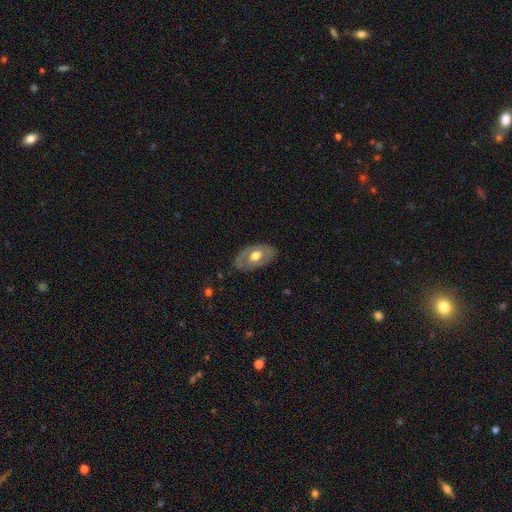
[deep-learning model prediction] Q: Smooth or featured?
A: featured or disk (51%); runner-up: smooth (43%)
Q: Edge-on disk?
A: no (89%); runner-up: yes (11%)
Q: Merging?
A: none (76%); runner-up: minor disturbance (18%)